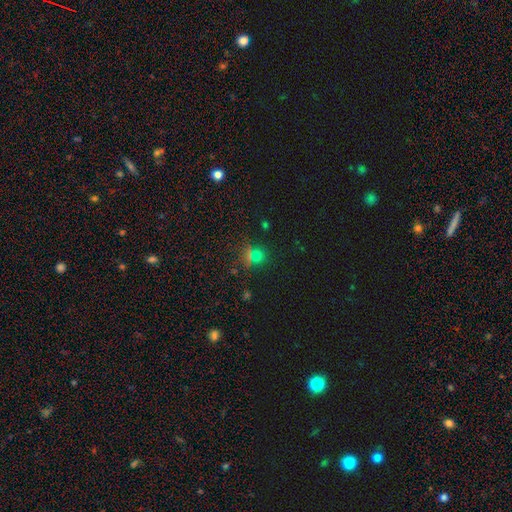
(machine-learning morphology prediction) smooth-or-featured: smooth: 52% | star or artifact: 40% | featured or disk: 8%
  how-rounded: round: 86% | in between: 11% | cigar-shaped: 3%
  merging: none: 79% | minor disturbance: 9% | merger: 7% | major disturbance: 5%